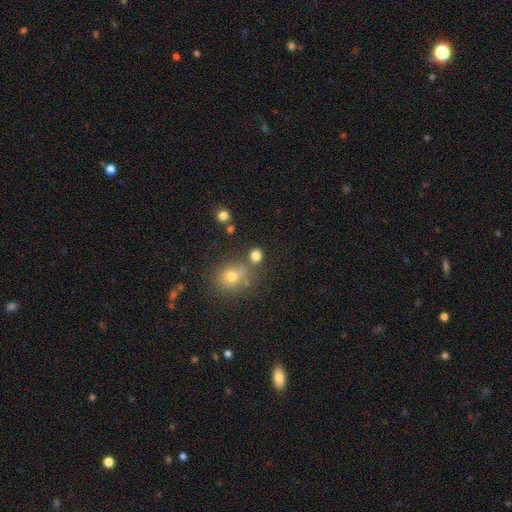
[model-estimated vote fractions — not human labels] This is likely a smooth galaxy (78%). How rounded: likely round (77%). Merging: likely none (70%).